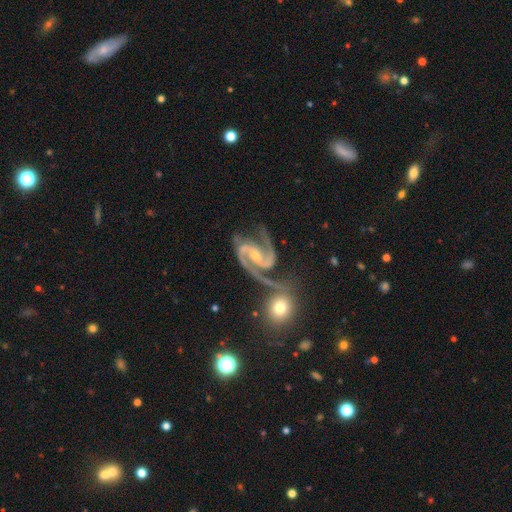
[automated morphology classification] Smooth or featured: featured or disk — 93% (star or artifact — 4%)
Edge-on disk: no — 98% (yes — 2%)
Bar: weak — 37% (strong — 32%)
Spiral arms: yes — 99% (no — 1%)
Spiral winding: medium — 66% (tight — 20%)
Spiral arm count: 2 — 90% (3 — 5%)
Bulge size: small — 67% (moderate — 29%)
Merging: none — 56% (minor disturbance — 20%)